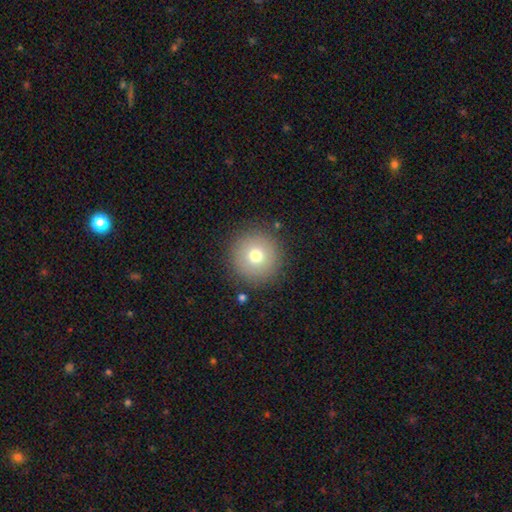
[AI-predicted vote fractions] smooth-or-featured: smooth: 73% | featured or disk: 14% | star or artifact: 12%
  how-rounded: round: 96% | in between: 3% | cigar-shaped: 1%
  merging: none: 88% | minor disturbance: 7% | major disturbance: 3% | merger: 2%